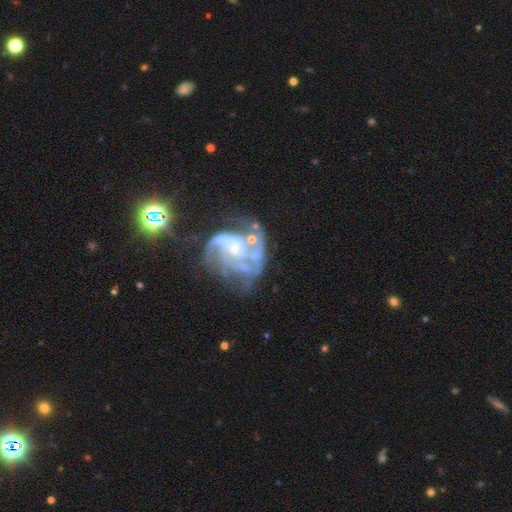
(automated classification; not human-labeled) Smooth or featured? Predicted: featured or disk (p=0.83). Edge-on disk? Predicted: no (p=0.98). Bar? Predicted: no (p=0.66). Spiral arms? Predicted: yes (p=0.87). Spiral winding? Predicted: medium (p=0.44). Spiral arm count? Predicted: 2 (p=0.34). Bulge size? Predicted: small (p=0.67). Merging? Predicted: none (p=0.38).